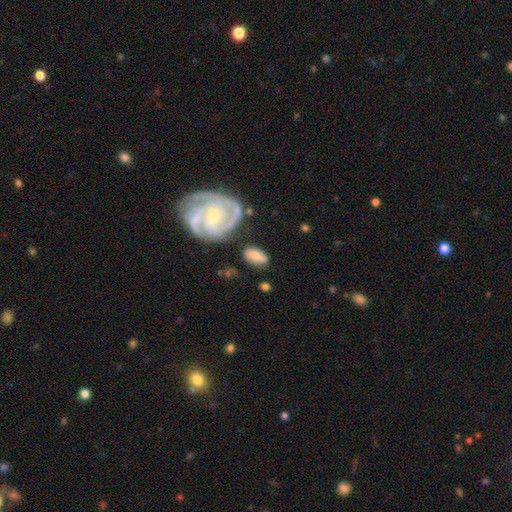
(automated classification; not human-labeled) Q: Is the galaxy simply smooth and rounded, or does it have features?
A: smooth — 62%.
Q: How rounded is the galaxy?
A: in between — 89%.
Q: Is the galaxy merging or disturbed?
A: none — 68%.